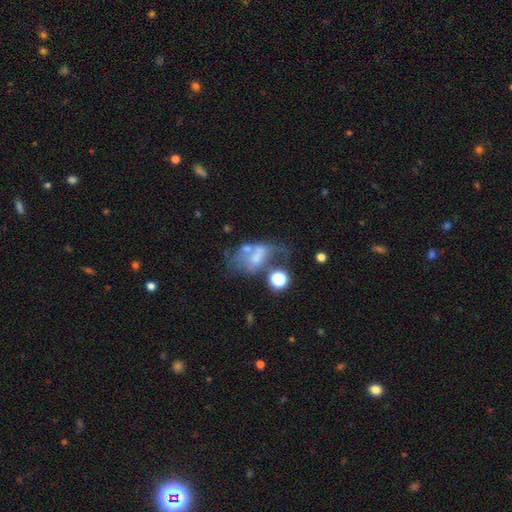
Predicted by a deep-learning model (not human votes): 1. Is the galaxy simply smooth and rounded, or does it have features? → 47% featured or disk, 37% smooth, 16% star or artifact.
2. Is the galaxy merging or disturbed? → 36% major disturbance, 29% merger, 19% none, 16% minor disturbance.